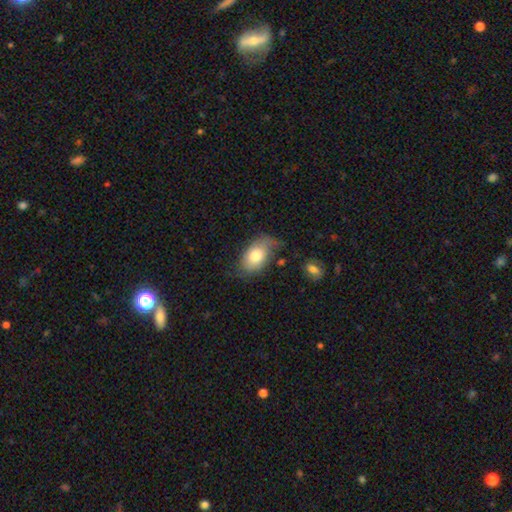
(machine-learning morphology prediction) Overall: smooth (75%). How rounded: in between (90%). Merging: none (47%; minor disturbance 33%).